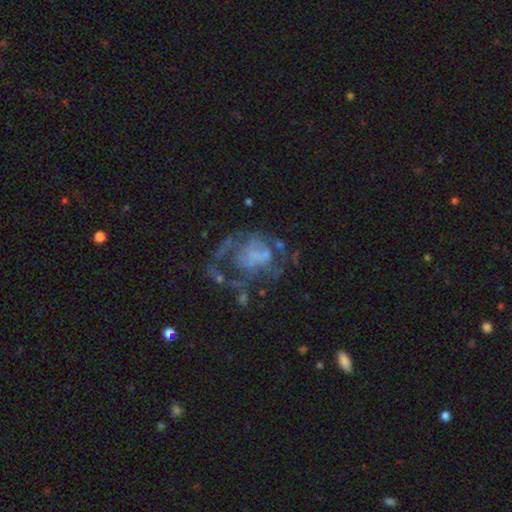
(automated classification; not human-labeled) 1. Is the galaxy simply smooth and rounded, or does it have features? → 66% featured or disk, 21% smooth, 14% star or artifact.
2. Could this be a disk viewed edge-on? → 98% no, 2% yes.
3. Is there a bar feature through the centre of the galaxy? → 80% no, 16% weak, 4% strong.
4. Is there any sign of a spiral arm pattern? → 63% no, 37% yes.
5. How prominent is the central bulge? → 65% none, 15% small, 12% moderate, 7% large, 2% dominant.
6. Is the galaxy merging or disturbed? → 49% major disturbance, 28% none, 15% minor disturbance, 7% merger.